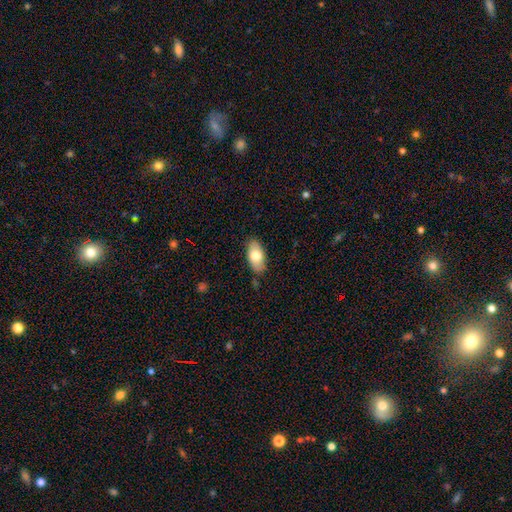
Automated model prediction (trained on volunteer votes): smooth_or_featured: smooth (p=0.75) [alt: featured or disk p=0.19]
how_rounded: in between (p=0.93) [alt: cigar-shaped p=0.04]
merging: none (p=0.83) [alt: minor disturbance p=0.12]